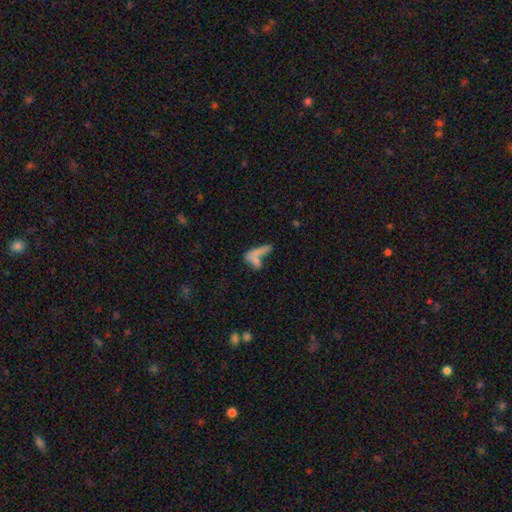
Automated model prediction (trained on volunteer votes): This is likely a smooth galaxy (63%). How rounded: possibly cigar-shaped (53%). Merging: possibly merger (54%).